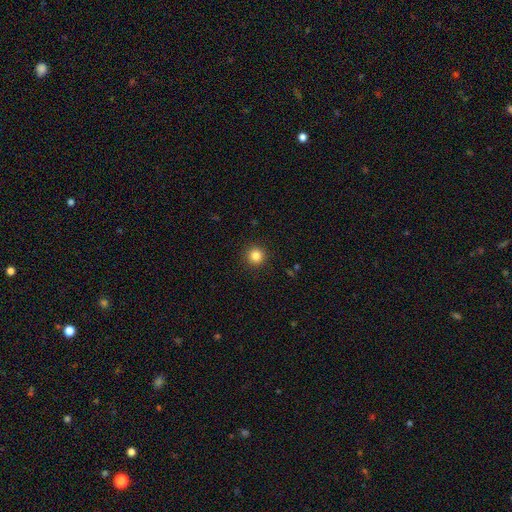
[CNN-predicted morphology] Overall: smooth (84%). How rounded: round (95%). Merging: none (93%).